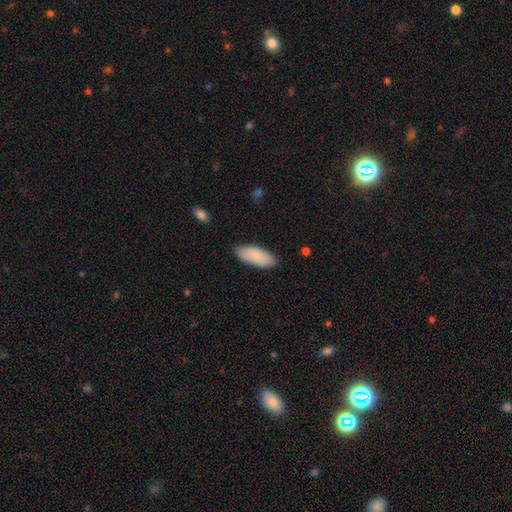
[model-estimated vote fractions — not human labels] This is clearly a smooth galaxy (88%). How rounded: clearly in between (83%). Merging: clearly none (84%).